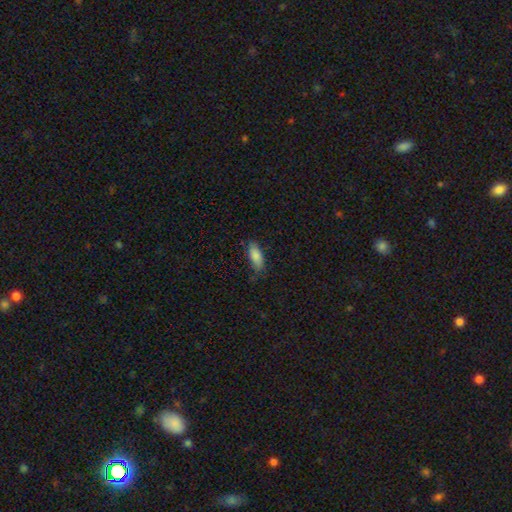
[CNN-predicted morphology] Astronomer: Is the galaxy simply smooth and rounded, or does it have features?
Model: smooth — 85%.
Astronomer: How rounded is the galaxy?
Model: in between — 76%.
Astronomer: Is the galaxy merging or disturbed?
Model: none — 74%.